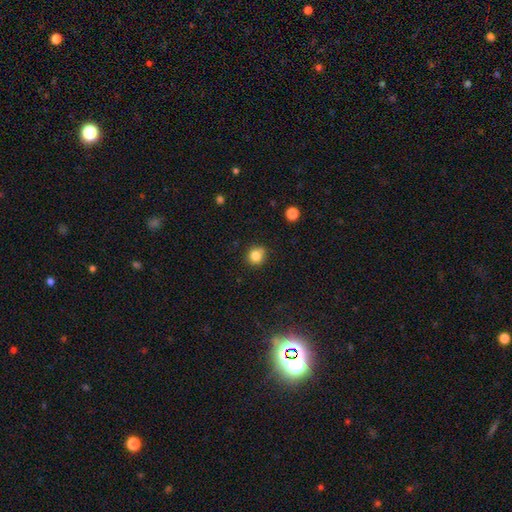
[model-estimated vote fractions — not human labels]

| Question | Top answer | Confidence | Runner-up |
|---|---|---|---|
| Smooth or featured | smooth | 83% | star or artifact (12%) |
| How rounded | round | 87% | in between (12%) |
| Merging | none | 78% | minor disturbance (15%) |